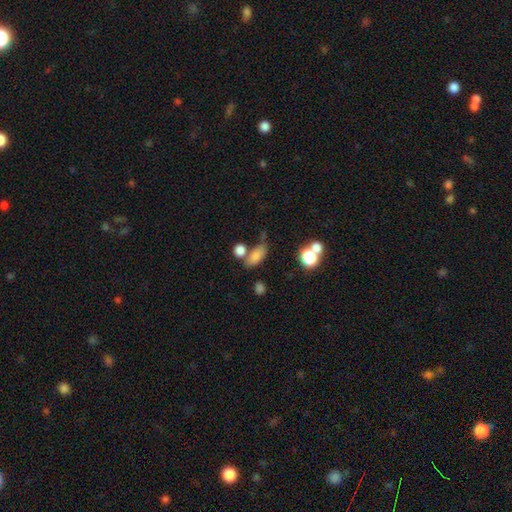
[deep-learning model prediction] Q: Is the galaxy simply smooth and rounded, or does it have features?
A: smooth — 79%.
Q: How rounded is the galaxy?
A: in between — 79%.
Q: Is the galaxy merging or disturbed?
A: none — 51%.